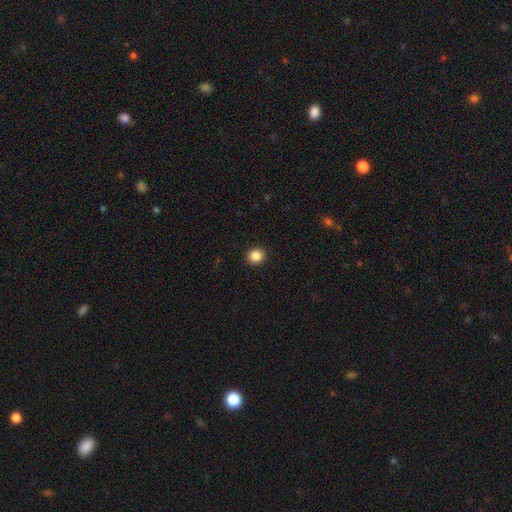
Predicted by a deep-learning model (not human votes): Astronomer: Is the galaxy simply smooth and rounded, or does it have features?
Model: smooth — 86%.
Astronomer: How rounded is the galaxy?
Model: round — 89%.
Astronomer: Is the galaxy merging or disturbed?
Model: none — 93%.